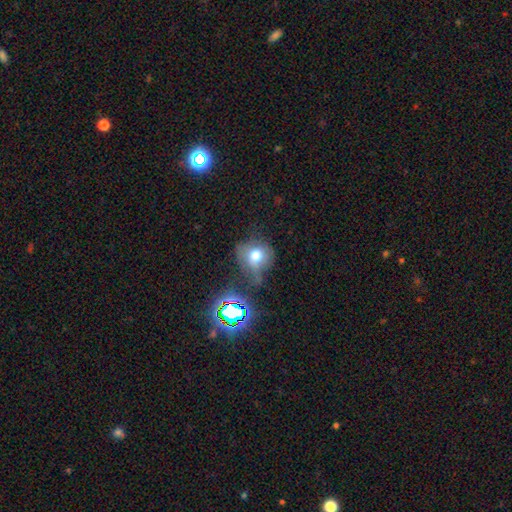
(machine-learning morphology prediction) Smooth or featured? smooth (63%)
How rounded? round (72%)
Merging? none (39%)